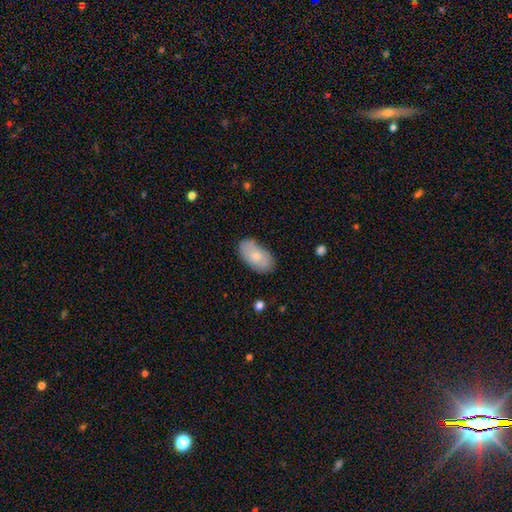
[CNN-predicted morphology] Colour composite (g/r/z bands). It shows a smooth galaxy with no disk features (73%) that is in between round and cigar-shaped (94%). Merging: none (78%).